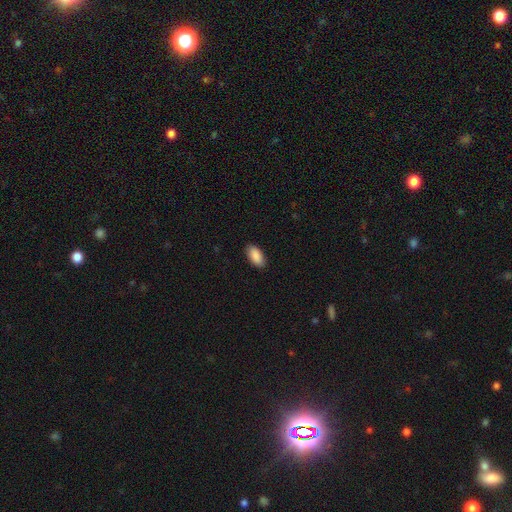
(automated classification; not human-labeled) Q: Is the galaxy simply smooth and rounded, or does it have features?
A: smooth — 90%.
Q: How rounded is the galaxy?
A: in between — 93%.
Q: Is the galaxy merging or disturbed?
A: none — 89%.